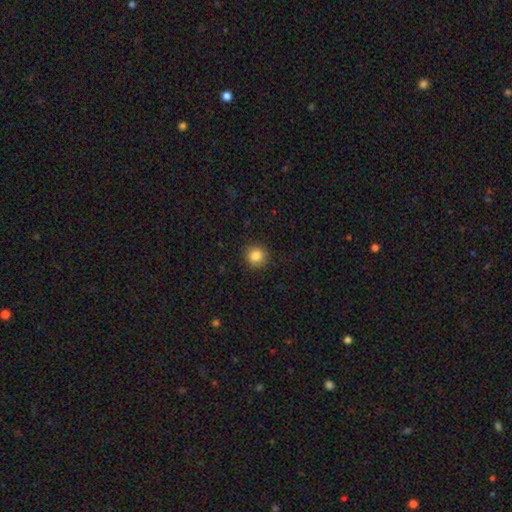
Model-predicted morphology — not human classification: Overall: smooth (85%). How rounded: round (90%). Merging: none (90%).